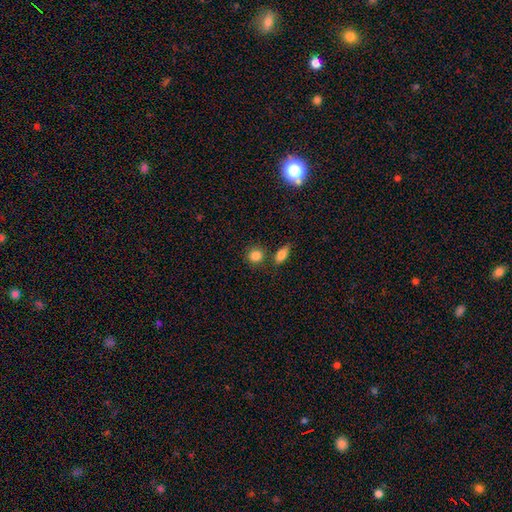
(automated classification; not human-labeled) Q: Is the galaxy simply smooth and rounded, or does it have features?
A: smooth — 85%.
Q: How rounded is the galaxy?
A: round — 78%.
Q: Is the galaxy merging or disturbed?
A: none — 74%.